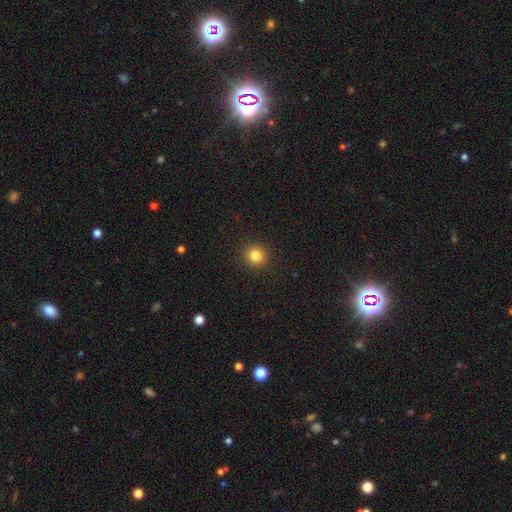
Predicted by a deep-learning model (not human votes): smooth-or-featured: smooth: 83% | star or artifact: 12% | featured or disk: 5%
  how-rounded: round: 92% | in between: 8% | cigar-shaped: 1%
  merging: none: 92% | minor disturbance: 5% | major disturbance: 2% | merger: 1%